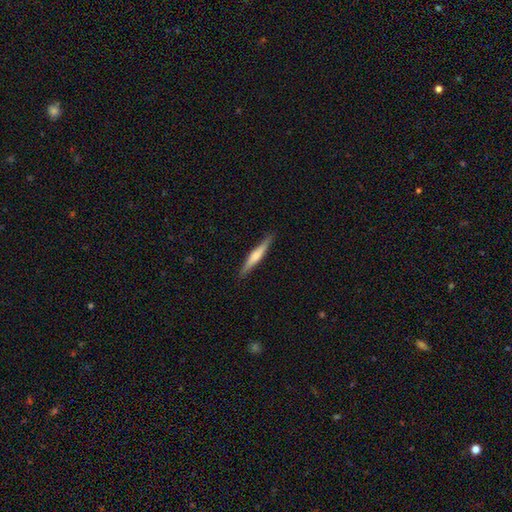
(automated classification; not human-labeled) Morphology: type=featured or disk (48%); merging=none (89%).